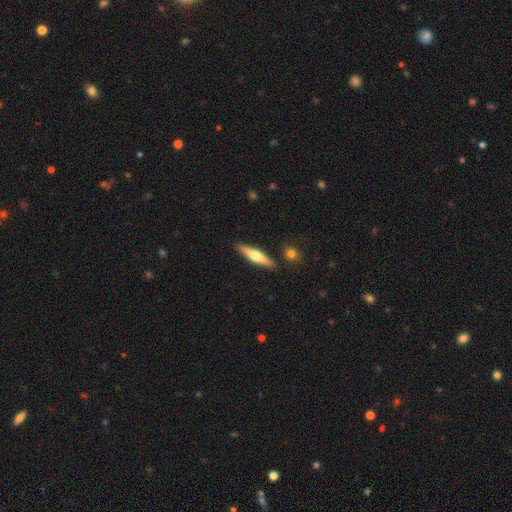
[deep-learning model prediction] This is possibly a smooth galaxy (48%). Merging: clearly none (88%).